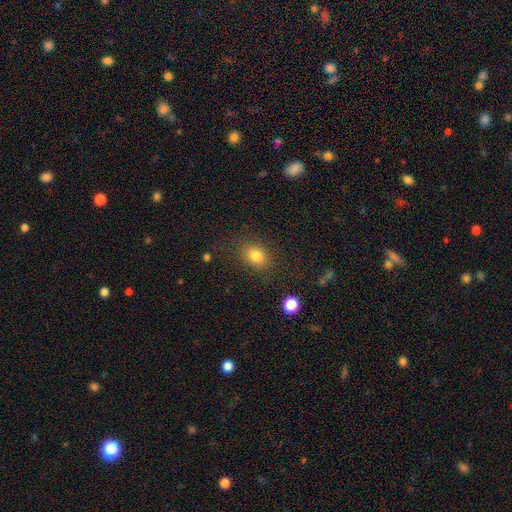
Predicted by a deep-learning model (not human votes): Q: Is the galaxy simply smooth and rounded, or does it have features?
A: smooth — 81%.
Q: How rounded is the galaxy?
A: in between — 55%.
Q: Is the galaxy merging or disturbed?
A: none — 82%.